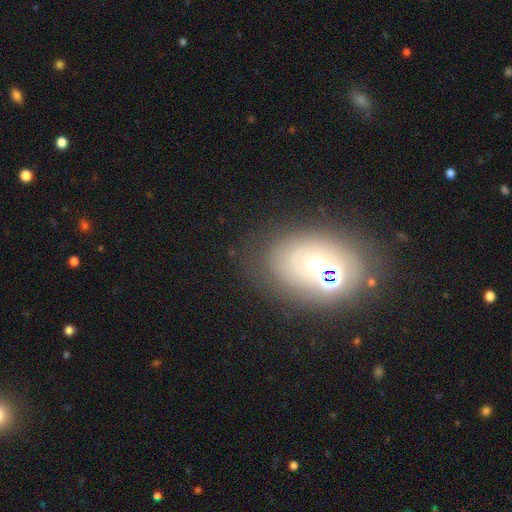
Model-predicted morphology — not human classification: Smooth or featured?
  - featured or disk: 62% *
  - smooth: 23%
  - star or artifact: 15%
Edge-on disk?
  - no: 95% *
  - yes: 5%
Bar?
  - no: 83% *
  - weak: 13%
  - strong: 4%
Spiral arms?
  - yes: 59% *
  - no: 41%
Bulge size?
  - small: 53% *
  - moderate: 37%
  - large: 4%
  - none: 3%
  - dominant: 2%
Merging?
  - none: 61% *
  - minor disturbance: 16%
  - merger: 15%
  - major disturbance: 9%